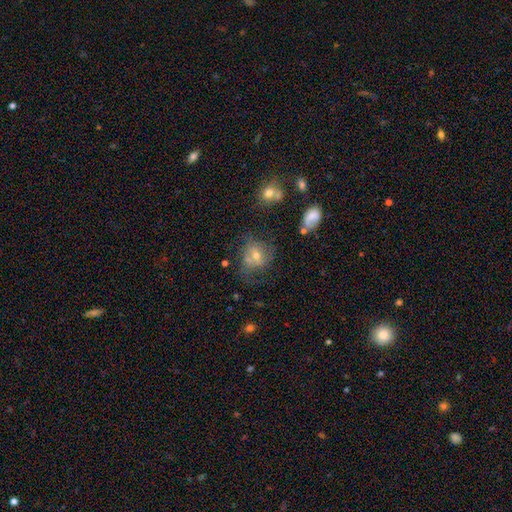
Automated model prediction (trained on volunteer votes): Smooth or featured? smooth (55%)
How rounded? round (65%)
Merging? none (47%)